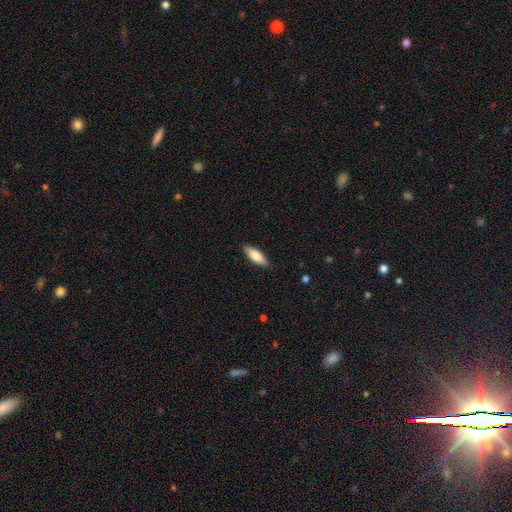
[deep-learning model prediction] Overall: smooth (78%). How rounded: in between (63%; cigar-shaped 35%). Merging: none (88%).